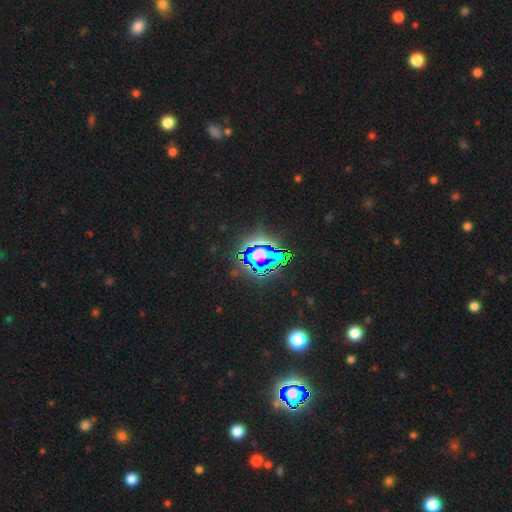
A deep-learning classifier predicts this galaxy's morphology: This appears to be a star or artifact, not a galaxy (68%).